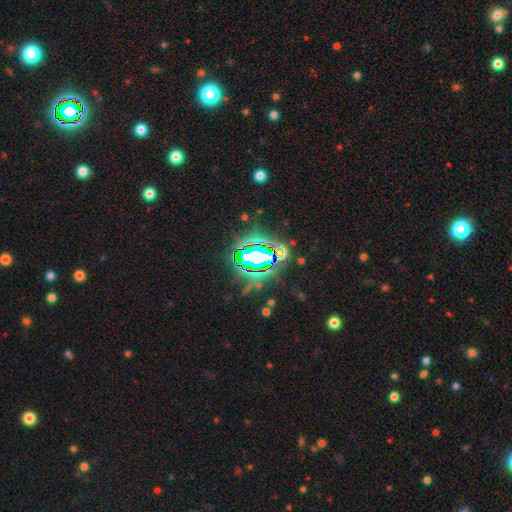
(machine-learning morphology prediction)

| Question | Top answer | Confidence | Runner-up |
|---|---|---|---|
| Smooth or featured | star or artifact | 75% | featured or disk (15%) |